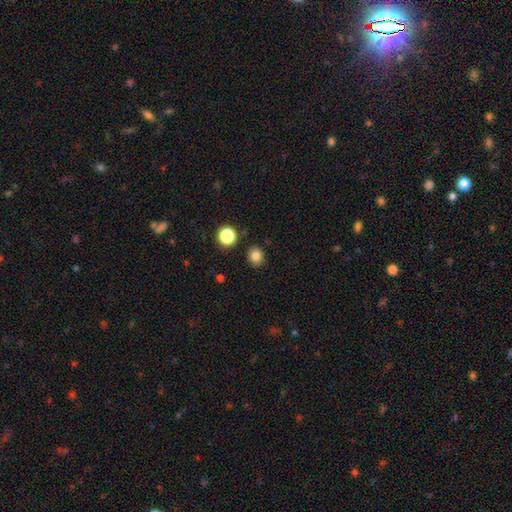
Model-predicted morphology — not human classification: smooth 82%, star or artifact 13%, featured or disk 5%. Down the decision tree: how rounded — round (78%); merging — none (88%).